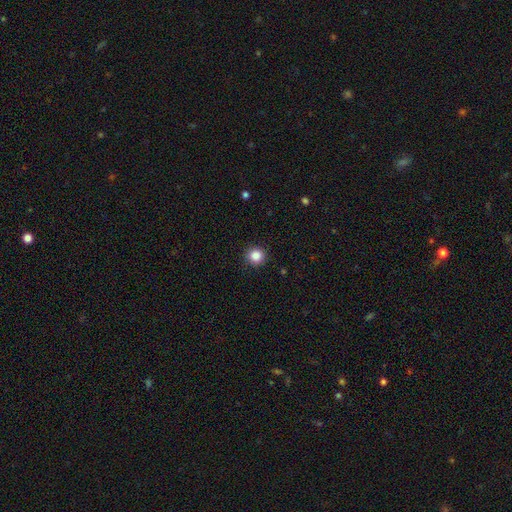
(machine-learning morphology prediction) Overall: smooth (86%). How rounded: round (93%). Merging: none (91%).